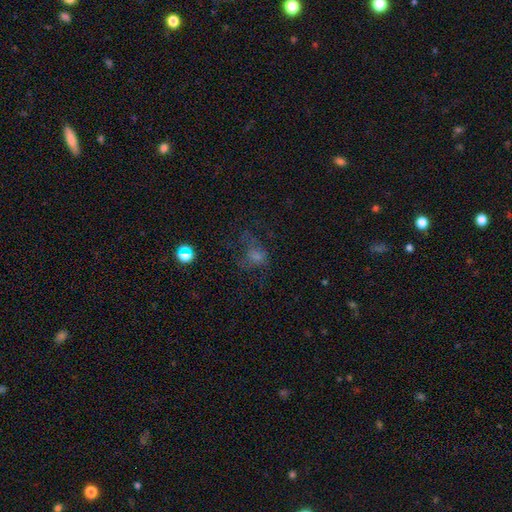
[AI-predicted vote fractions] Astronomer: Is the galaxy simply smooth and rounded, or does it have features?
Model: smooth — 40% (runner-up: star or artifact, 30%).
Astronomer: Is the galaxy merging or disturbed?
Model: none — 44% (runner-up: major disturbance, 34%).